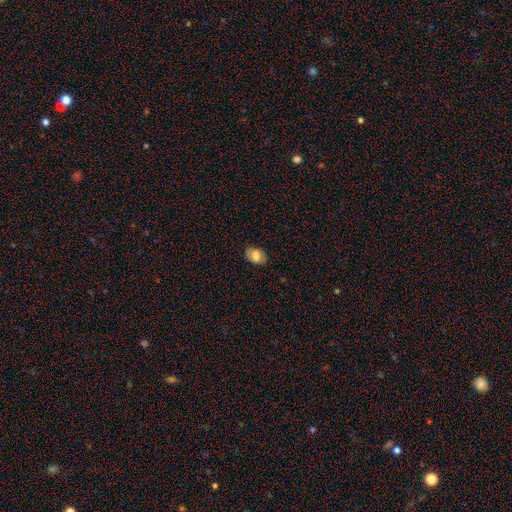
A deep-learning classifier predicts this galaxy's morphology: Overall: smooth (77%). How rounded: in between (81%). Merging: none (82%).